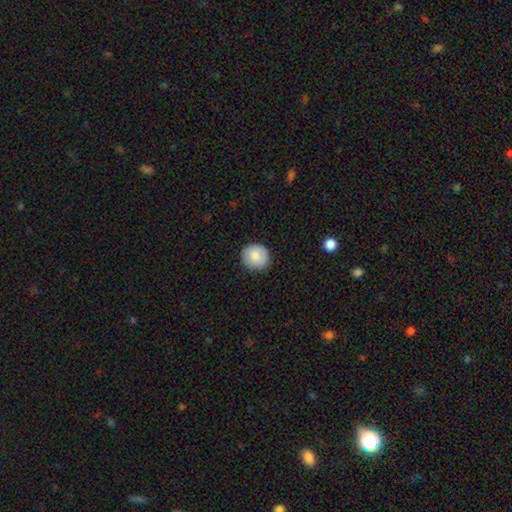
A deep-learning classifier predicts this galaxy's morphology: smooth-or-featured: smooth: 83% | featured or disk: 9% | star or artifact: 7%
  how-rounded: round: 89% | in between: 10% | cigar-shaped: 1%
  merging: none: 87% | minor disturbance: 10% | major disturbance: 2% | merger: 1%